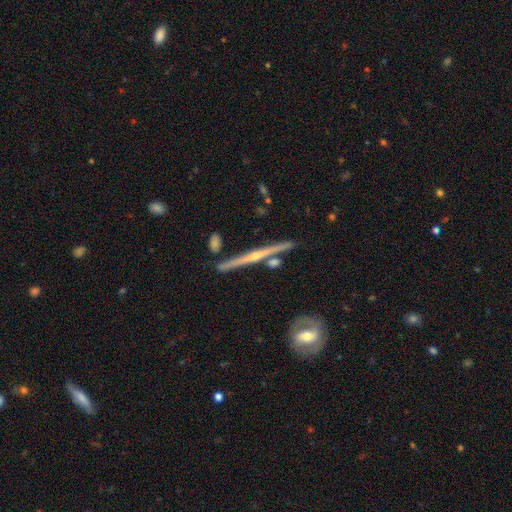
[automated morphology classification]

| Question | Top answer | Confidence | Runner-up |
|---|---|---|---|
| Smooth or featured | featured or disk | 82% | smooth (12%) |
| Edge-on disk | yes | 97% | no (3%) |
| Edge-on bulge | rounded | 80% | none (16%) |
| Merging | none | 86% | minor disturbance (8%) |